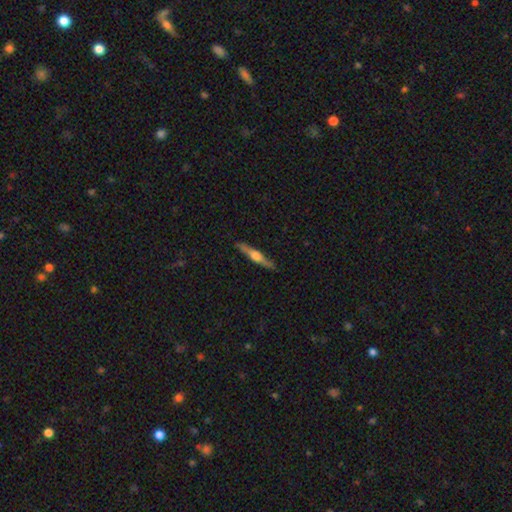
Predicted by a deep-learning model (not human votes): Morphology: type=featured or disk (66%); edge-on=yes (97%); edge-on bulge=rounded (91%); merging=none (89%).